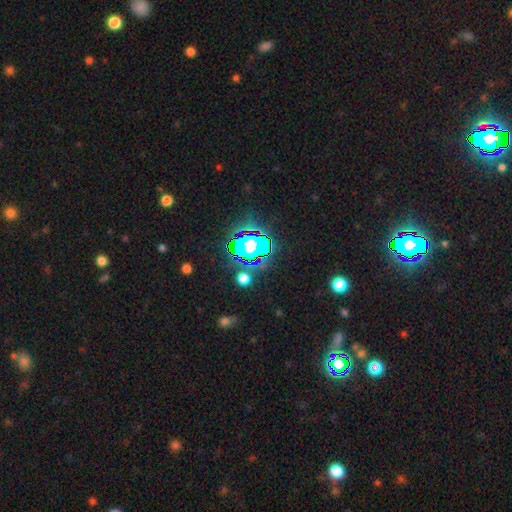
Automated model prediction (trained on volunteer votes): A star or artifact, not a galaxy (81%).

Vote fractions:
- Smooth or featured? star or artifact: 81% / smooth: 11% / featured or disk: 8%